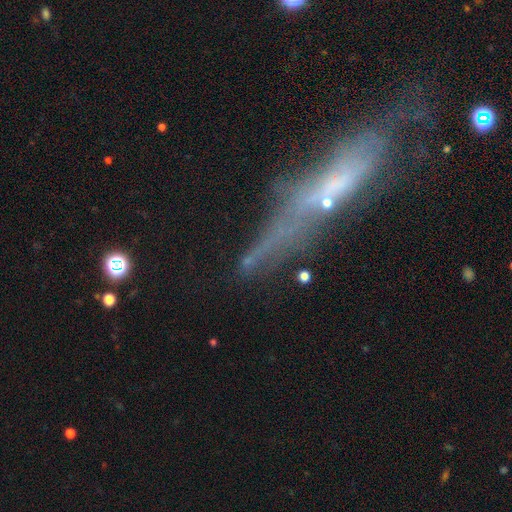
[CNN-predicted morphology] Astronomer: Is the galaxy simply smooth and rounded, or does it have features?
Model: featured or disk — 38% (runner-up: smooth, 35%).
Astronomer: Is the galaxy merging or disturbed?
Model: none — 54%.